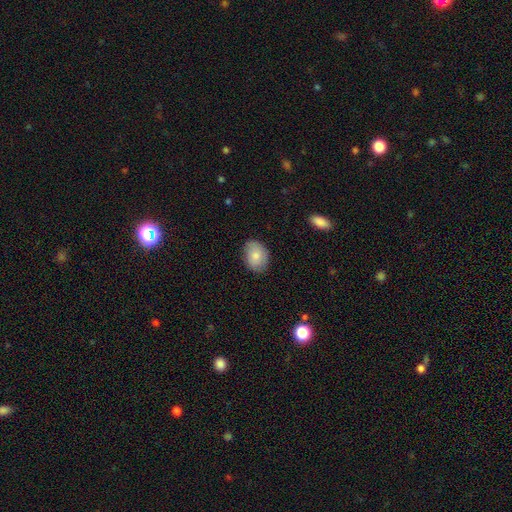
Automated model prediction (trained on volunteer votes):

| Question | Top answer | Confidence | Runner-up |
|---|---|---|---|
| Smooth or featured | smooth | 82% | featured or disk (12%) |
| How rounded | in between | 76% | round (23%) |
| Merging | none | 78% | minor disturbance (17%) |